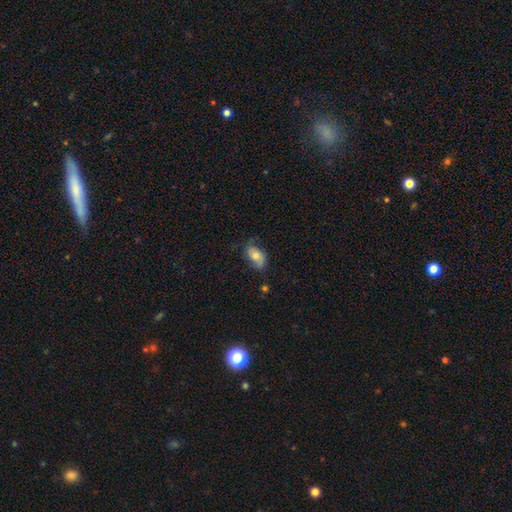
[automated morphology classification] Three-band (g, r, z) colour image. It shows a smooth galaxy with no disk features (69%) that is in between round and cigar-shaped (91%). Merging: none (59%).